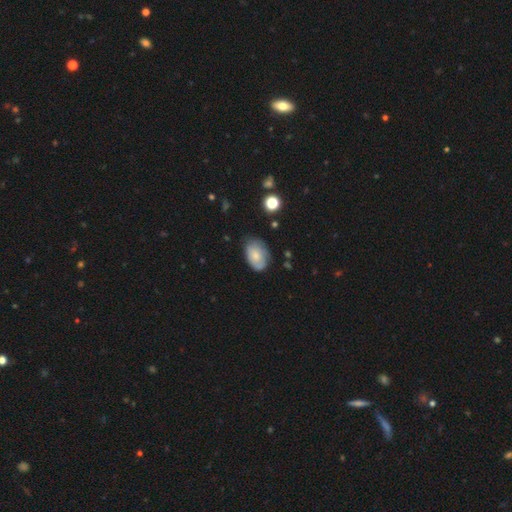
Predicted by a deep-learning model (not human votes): Smooth or featured? Predicted: smooth (p=0.69). How rounded? Predicted: in between (p=0.85). Merging? Predicted: none (p=0.60).